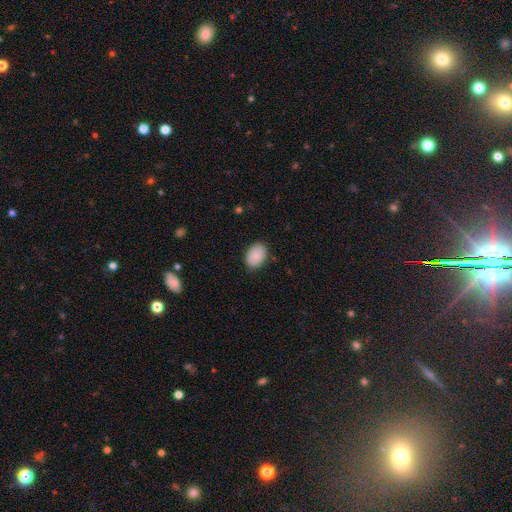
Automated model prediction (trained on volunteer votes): Q: Smooth or featured?
A: smooth (87%); runner-up: star or artifact (7%)
Q: How rounded?
A: in between (81%); runner-up: round (18%)
Q: Merging?
A: none (86%); runner-up: minor disturbance (11%)